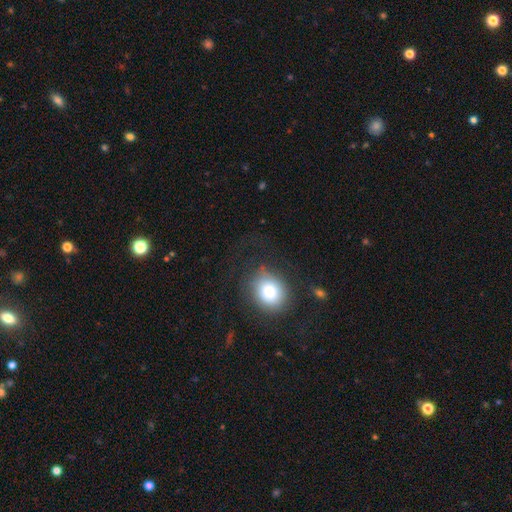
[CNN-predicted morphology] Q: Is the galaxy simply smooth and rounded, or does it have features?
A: smooth — 74%.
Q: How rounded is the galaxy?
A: round — 69%.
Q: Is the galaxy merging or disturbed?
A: none — 82%.